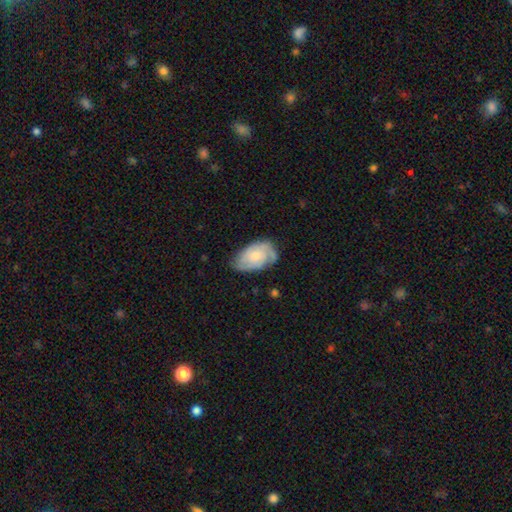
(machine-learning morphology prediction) A featured or disk galaxy (61%) with no bar (75%), 2 (38%) tight (54%) spiral arms (88%) and a small central bulge (45%).

Vote fractions:
- Smooth or featured? featured or disk: 61% / smooth: 34% / star or artifact: 6%
- Edge-on disk? no: 95% / yes: 5%
- Bar? no: 75% / weak: 22% / strong: 3%
- Spiral arms? yes: 88% / no: 12%
- Spiral winding? tight: 54% / medium: 34% / loose: 12%
- Spiral arm count? 2: 38% / can't tell: 30% / 3: 13% / 1: 13% / 4: 3% / more than 4: 2%
- Bulge size? small: 45% / moderate: 44% / none: 5% / large: 4% / dominant: 1%
- Merging? none: 62% / minor disturbance: 28% / major disturbance: 8% / merger: 1%